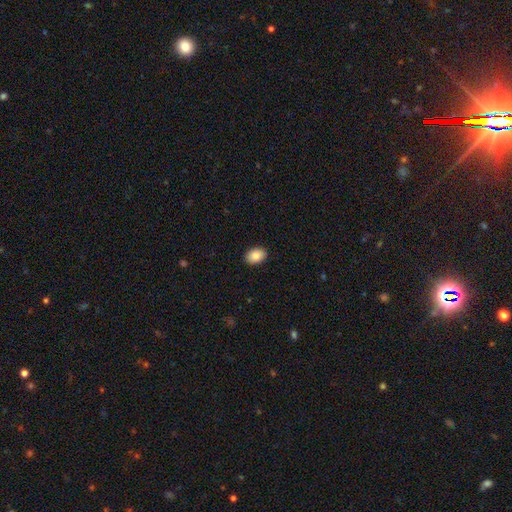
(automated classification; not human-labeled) This is clearly a smooth galaxy (86%). How rounded: clearly in between (83%). Merging: clearly none (91%).